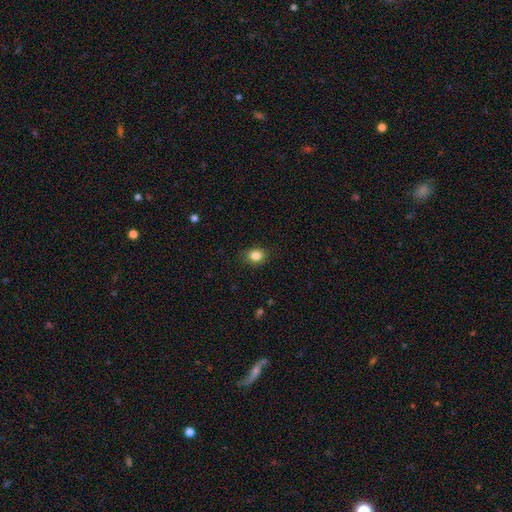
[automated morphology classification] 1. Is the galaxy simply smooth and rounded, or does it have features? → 85% smooth, 10% star or artifact, 5% featured or disk.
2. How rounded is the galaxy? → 59% round, 40% in between, 1% cigar-shaped.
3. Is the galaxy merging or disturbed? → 85% none, 12% minor disturbance, 3% major disturbance, 1% merger.